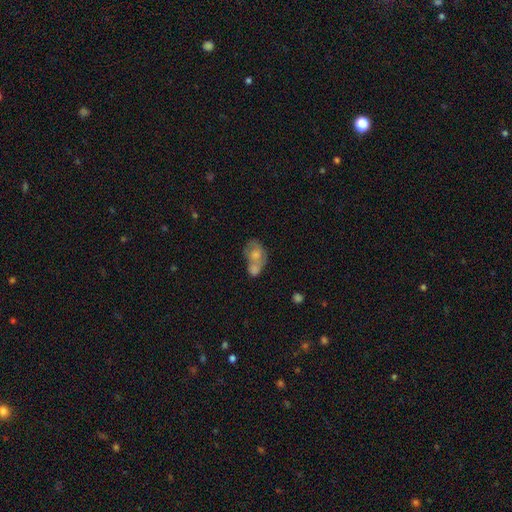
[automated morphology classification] type=smooth (57%); roundness=in between (71%); merging=merger (60%).